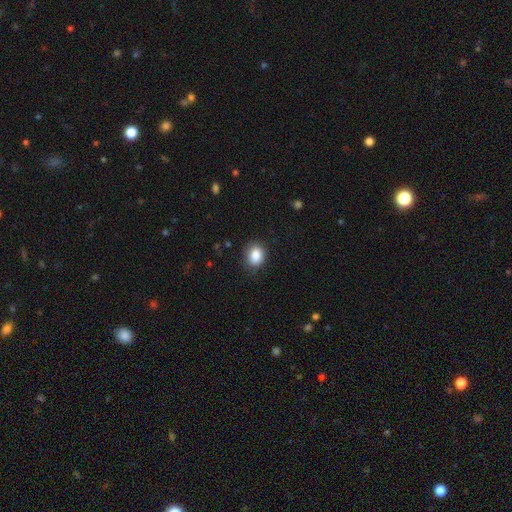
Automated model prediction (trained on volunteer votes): smooth_or_featured: smooth (p=0.86) [alt: star or artifact p=0.09]
how_rounded: in between (p=0.55) [alt: round p=0.44]
merging: none (p=0.85) [alt: minor disturbance p=0.11]